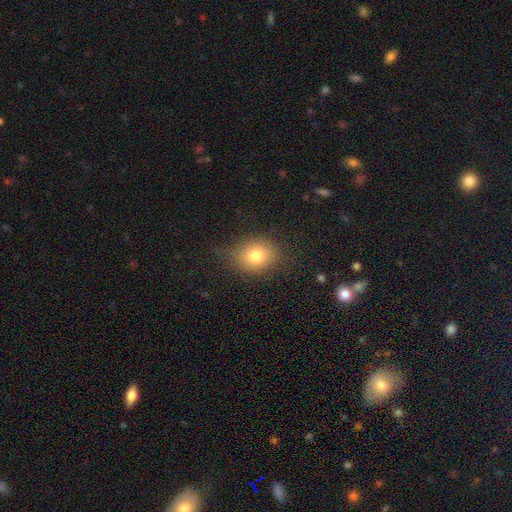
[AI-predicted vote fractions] A smooth galaxy with no disk features (79%) that is in between round and cigar-shaped (52%). Merging: none (79%).